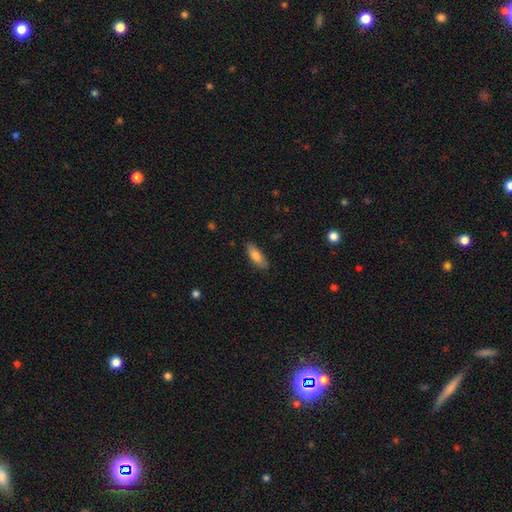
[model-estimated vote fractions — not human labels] smooth 79%, featured or disk 15%, star or artifact 6%. Down the decision tree: how rounded — in between (68%); merging — none (84%).